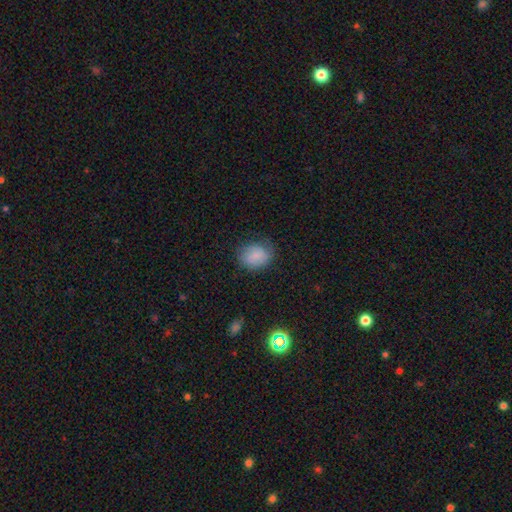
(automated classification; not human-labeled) Overall: smooth (78%). How rounded: round (50%; in between 49%). Merging: none (76%).